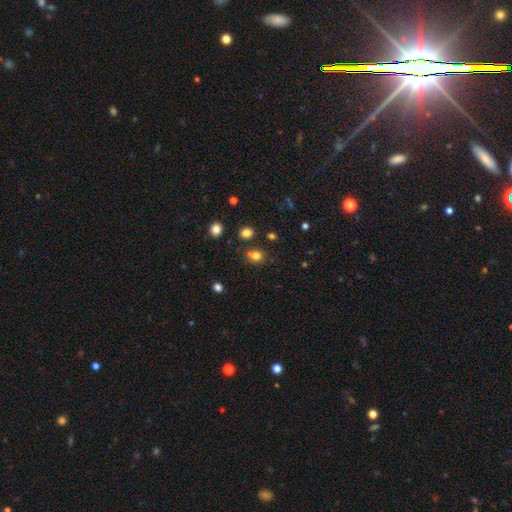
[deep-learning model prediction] This is likely a smooth galaxy (76%). How rounded: likely round (68%). Merging: likely none (61%).